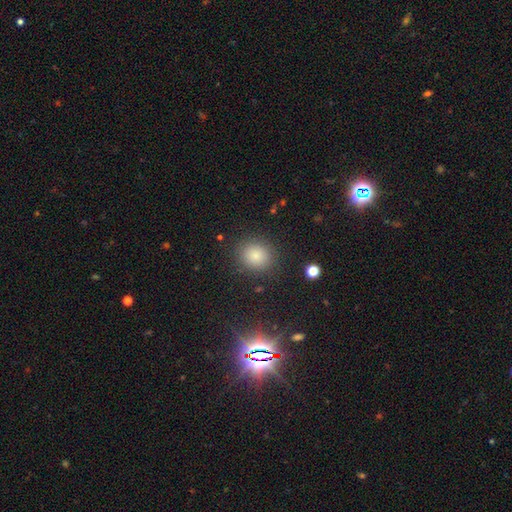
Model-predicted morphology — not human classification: type=smooth (83%); roundness=round (78%); merging=none (86%).